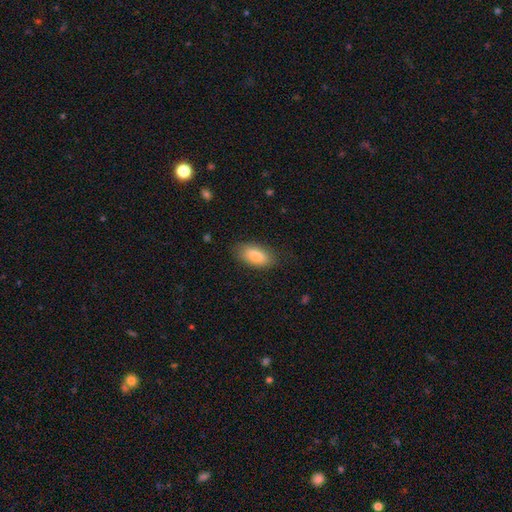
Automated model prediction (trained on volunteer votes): smooth-or-featured: smooth: 87% | featured or disk: 7% | star or artifact: 6%
  how-rounded: in between: 91% | cigar-shaped: 6% | round: 3%
  merging: none: 82% | minor disturbance: 13% | major disturbance: 4% | merger: 1%